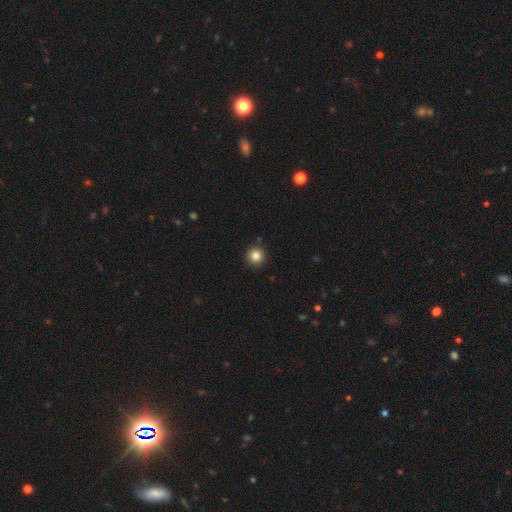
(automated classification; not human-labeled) smooth-or-featured: smooth: 84% | star or artifact: 11% | featured or disk: 5%
  how-rounded: round: 96% | in between: 3% | cigar-shaped: 1%
  merging: none: 91% | minor disturbance: 5% | merger: 2% | major disturbance: 2%